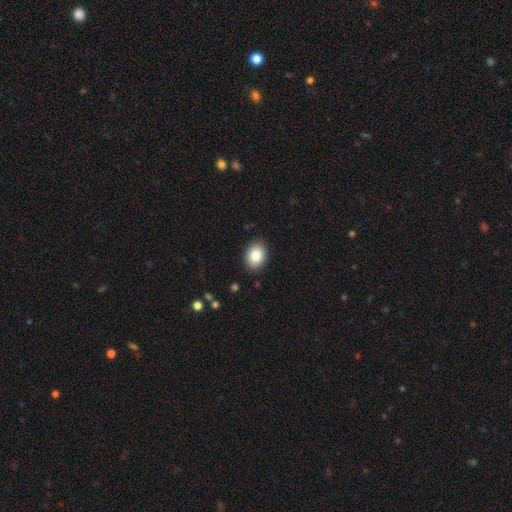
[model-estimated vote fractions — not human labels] The model was most divided on "how rounded": in between: 70%, round: 30%, cigar-shaped: 1%. More confident: merging — none (88%); smooth or featured — smooth (85%).